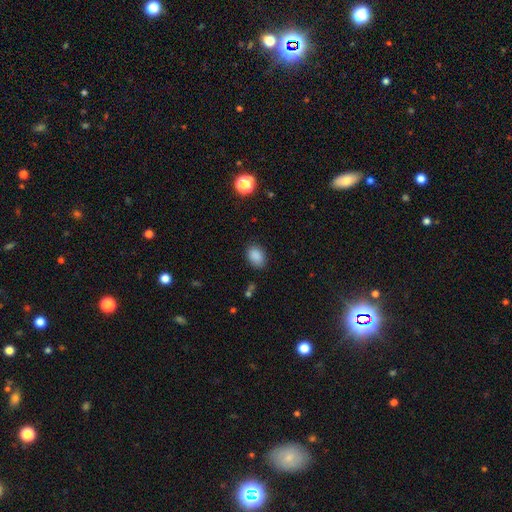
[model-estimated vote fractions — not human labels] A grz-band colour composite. It shows a smooth galaxy with no disk features (87%) that is in between round and cigar-shaped (78%). Merging: none (82%).